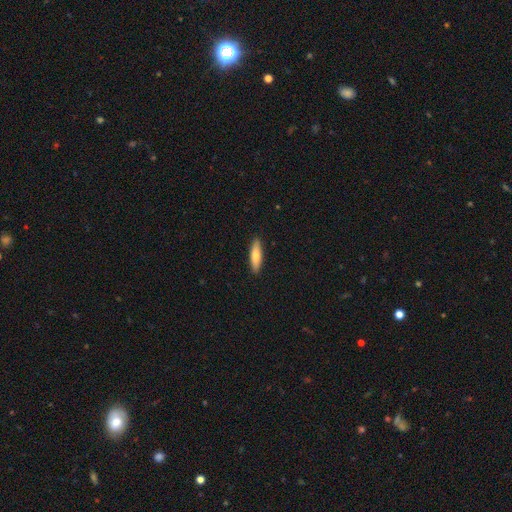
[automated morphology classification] A smooth galaxy with no disk features (71%) that is cigar-shaped (69%).

Vote fractions:
- Smooth or featured? smooth: 71% / featured or disk: 24% / star or artifact: 5%
- How rounded? cigar-shaped: 69% / in between: 29% / round: 2%
- Merging? none: 91% / minor disturbance: 7% / major disturbance: 1% / merger: 1%